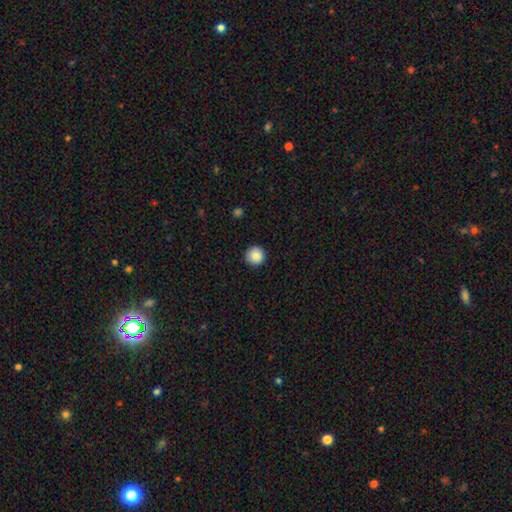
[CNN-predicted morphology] This appears to be a smooth galaxy with no disk features (88%) that is round (96%). Merging: none (92%).